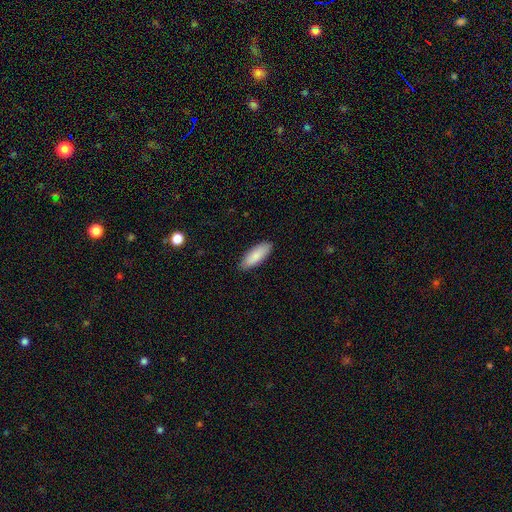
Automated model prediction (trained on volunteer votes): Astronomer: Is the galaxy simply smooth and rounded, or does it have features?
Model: smooth — 87%.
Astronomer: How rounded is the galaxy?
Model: in between — 70%.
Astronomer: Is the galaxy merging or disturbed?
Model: none — 87%.